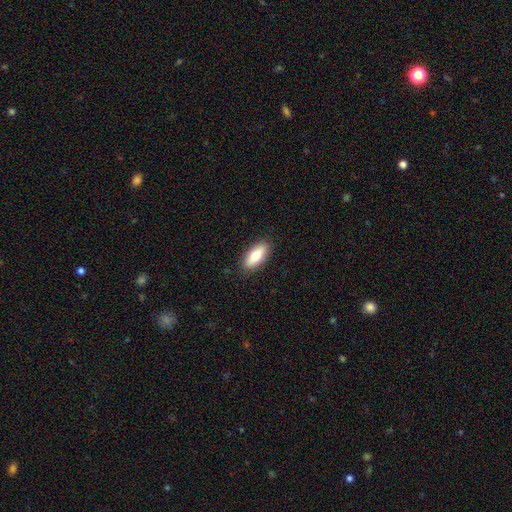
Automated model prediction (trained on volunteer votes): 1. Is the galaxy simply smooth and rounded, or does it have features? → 76% smooth, 18% featured or disk, 6% star or artifact.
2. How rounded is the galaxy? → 79% in between, 19% cigar-shaped, 3% round.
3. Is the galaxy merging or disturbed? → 88% none, 9% minor disturbance, 2% major disturbance, 1% merger.